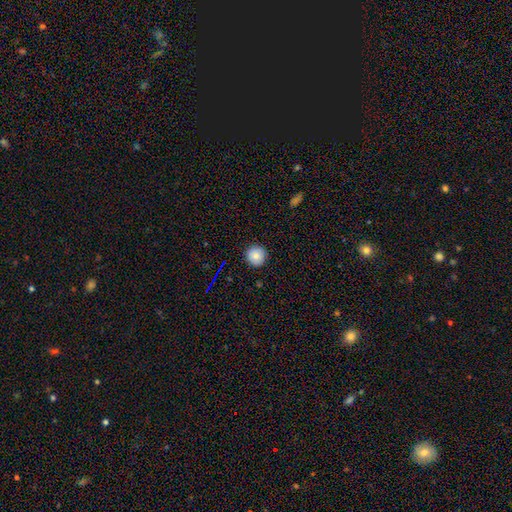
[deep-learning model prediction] Q: Smooth or featured?
A: smooth (80%); runner-up: featured or disk (10%)
Q: How rounded?
A: round (95%); runner-up: in between (4%)
Q: Merging?
A: none (91%); runner-up: minor disturbance (6%)